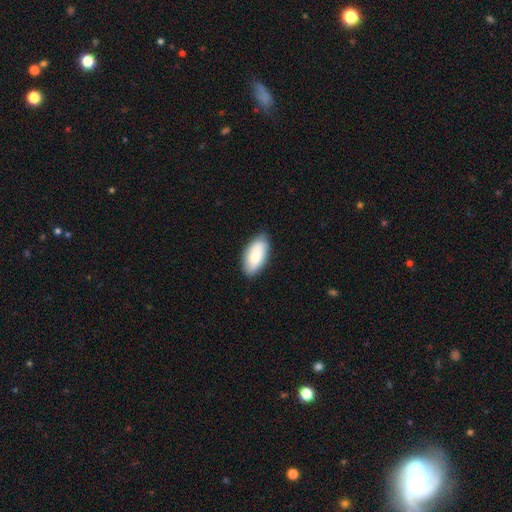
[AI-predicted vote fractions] Smooth or featured? Predicted: smooth (p=0.79). How rounded? Predicted: in between (p=0.94). Merging? Predicted: none (p=0.82).